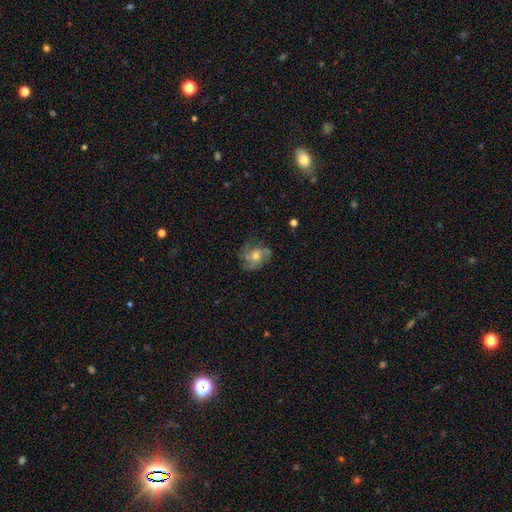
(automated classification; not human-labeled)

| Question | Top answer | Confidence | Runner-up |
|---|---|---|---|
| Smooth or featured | featured or disk | 73% | smooth (16%) |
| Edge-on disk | no | 97% | yes (3%) |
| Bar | no | 75% | weak (21%) |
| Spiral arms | yes | 92% | no (8%) |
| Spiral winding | medium | 46% | tight (37%) |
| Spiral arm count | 3 | 32% | 4 (22%) |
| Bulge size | moderate | 63% | small (29%) |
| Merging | none | 72% | minor disturbance (17%) |